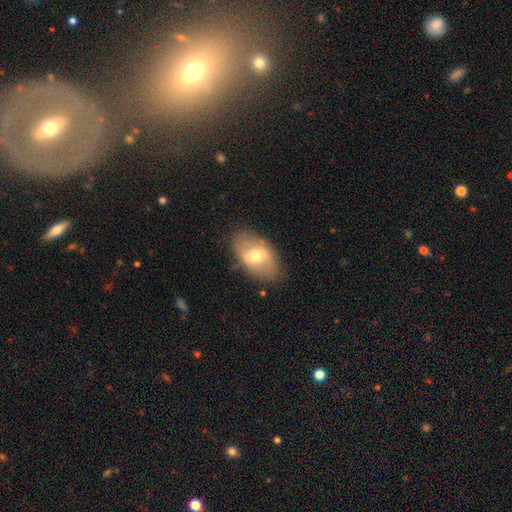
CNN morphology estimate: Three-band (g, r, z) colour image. It shows a smooth galaxy with no disk features (53%) that is in between round and cigar-shaped (90%). Merging: none (80%).